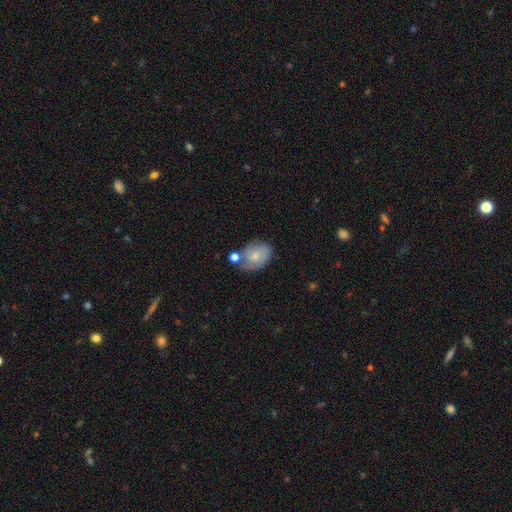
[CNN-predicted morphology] This appears to be a smooth galaxy with no disk features (60%) that is in between round and cigar-shaped (68%). Merging: none (45%).